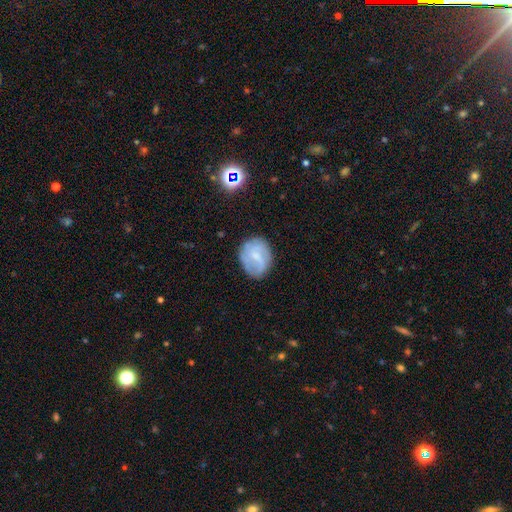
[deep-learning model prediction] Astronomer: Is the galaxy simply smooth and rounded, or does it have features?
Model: featured or disk — 47% (runner-up: smooth, 45%).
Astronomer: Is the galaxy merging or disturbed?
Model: none — 71%.